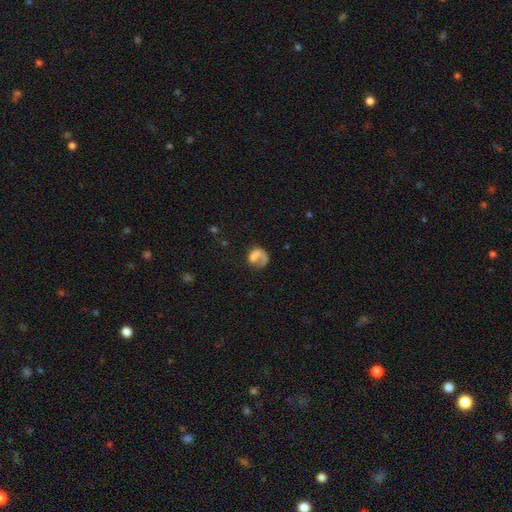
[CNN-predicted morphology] smooth 47%, featured or disk 43%, star or artifact 10%. Down the decision tree: merging — major disturbance (40%).